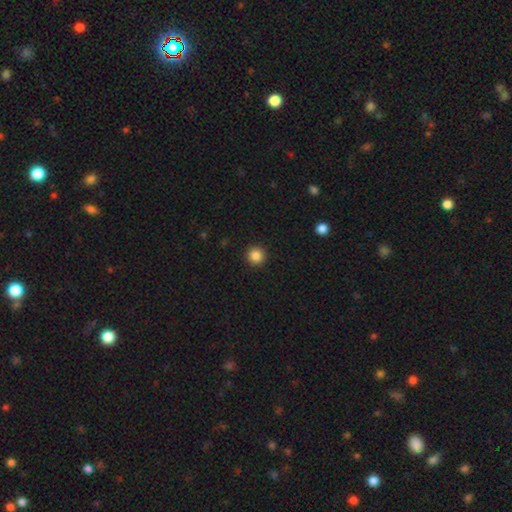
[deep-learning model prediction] smooth_or_featured: smooth (p=0.86) [alt: star or artifact p=0.10]
how_rounded: round (p=0.96) [alt: in between p=0.03]
merging: none (p=0.93) [alt: minor disturbance p=0.05]